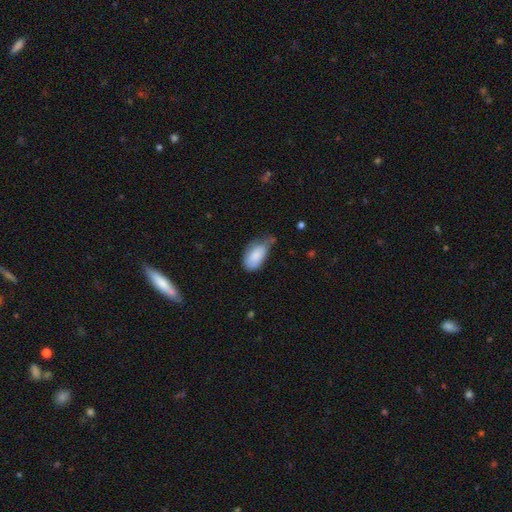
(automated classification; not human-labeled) Smooth or featured?
  - smooth: 85% *
  - featured or disk: 9%
  - star or artifact: 6%
How rounded?
  - in between: 94% *
  - round: 4%
  - cigar-shaped: 3%
Merging?
  - minor disturbance: 47% *
  - none: 35%
  - major disturbance: 14%
  - merger: 5%